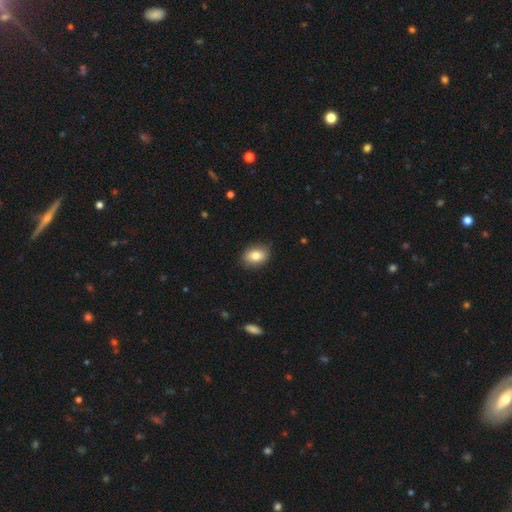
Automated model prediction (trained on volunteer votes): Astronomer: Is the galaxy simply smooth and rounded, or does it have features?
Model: smooth — 82%.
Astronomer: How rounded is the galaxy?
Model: in between — 78%.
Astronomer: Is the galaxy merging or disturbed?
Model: none — 83%.